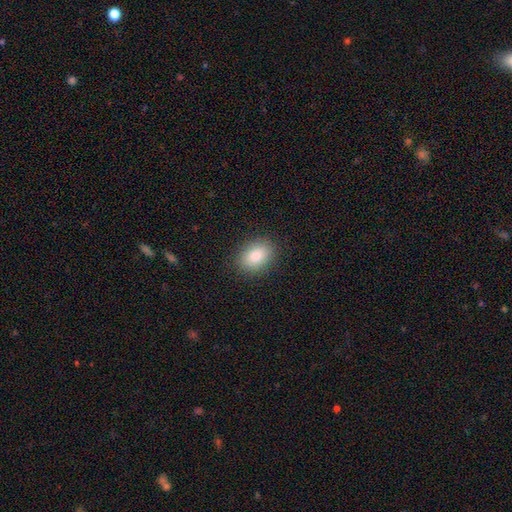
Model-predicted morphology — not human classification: This is clearly a smooth galaxy (85%). How rounded: likely in between (80%). Merging: clearly none (89%).